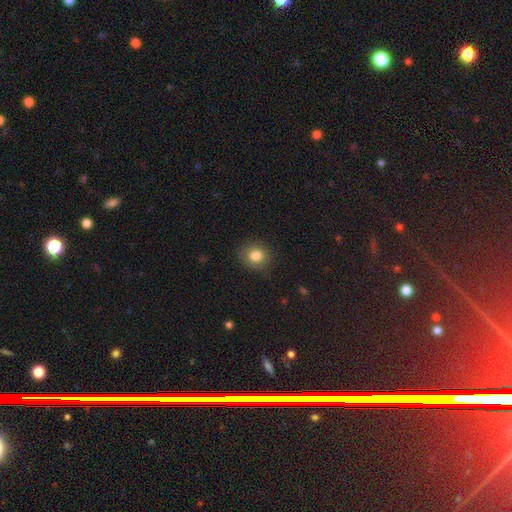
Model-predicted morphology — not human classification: Smooth or featured?
  - smooth: 83% *
  - star or artifact: 10%
  - featured or disk: 7%
How rounded?
  - round: 81% *
  - in between: 19%
  - cigar-shaped: 1%
Merging?
  - none: 85% *
  - minor disturbance: 11%
  - major disturbance: 3%
  - merger: 1%